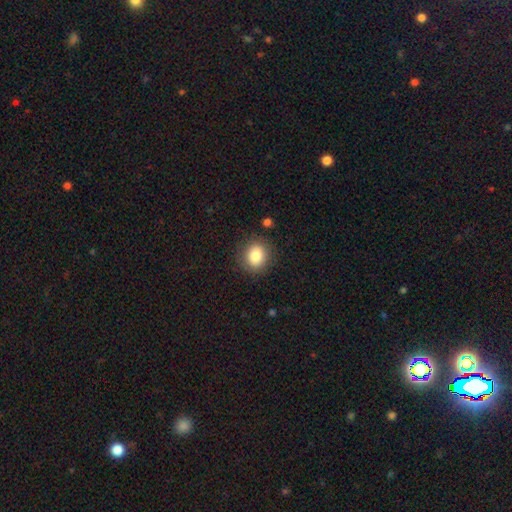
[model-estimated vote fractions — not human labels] Overall: smooth (82%). How rounded: round (76%). Merging: none (87%).